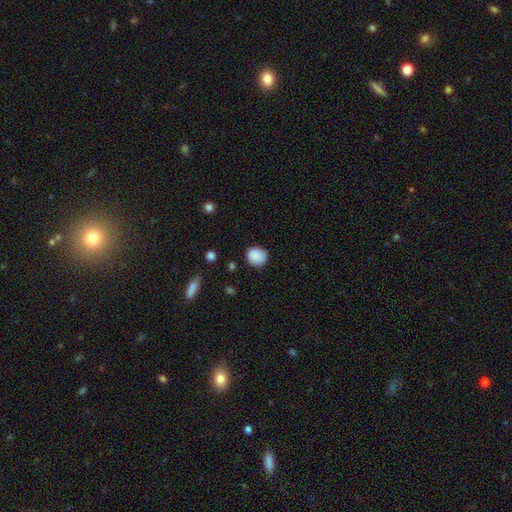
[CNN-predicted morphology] This is clearly a smooth galaxy (88%). How rounded: likely round (79%). Merging: clearly none (82%).